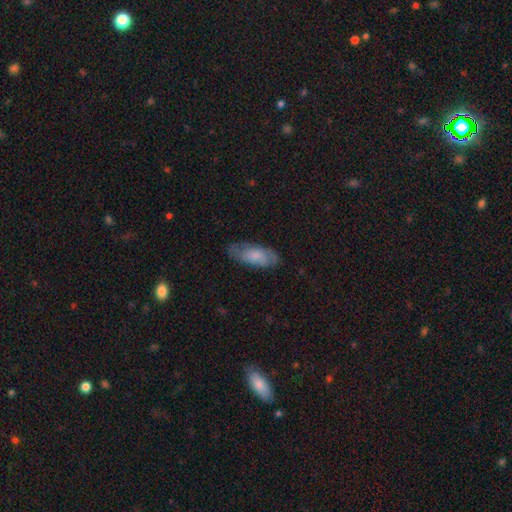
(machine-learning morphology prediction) Smooth or featured? smooth (66%)
How rounded? in between (82%)
Merging? none (69%)